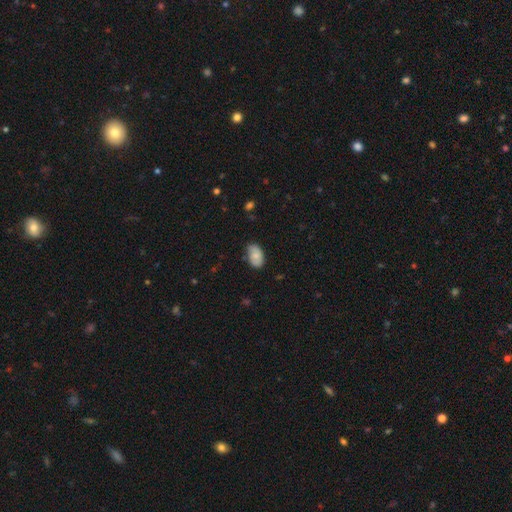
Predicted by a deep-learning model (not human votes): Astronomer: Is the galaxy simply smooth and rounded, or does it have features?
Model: smooth — 77%.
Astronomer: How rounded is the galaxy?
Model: in between — 93%.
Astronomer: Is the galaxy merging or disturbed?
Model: none — 68%.